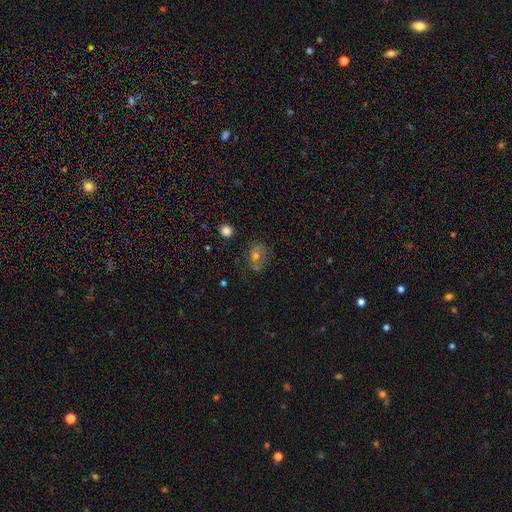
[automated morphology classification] Smooth or featured: smooth — 52% (featured or disk — 30%)
How rounded: round — 50% (in between — 49%)
Merging: none — 63% (minor disturbance — 23%)